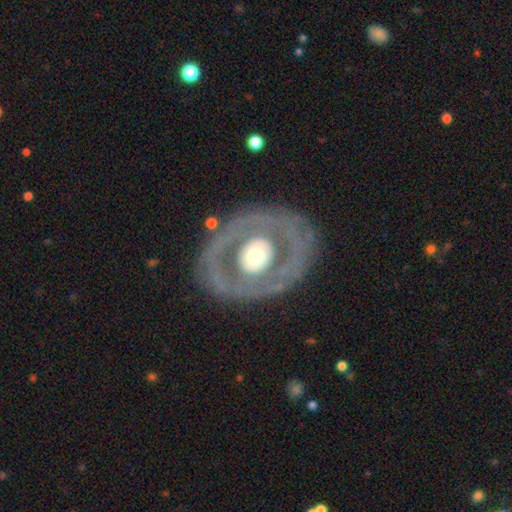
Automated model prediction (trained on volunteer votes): This is likely a featured or disk galaxy (70%). It is clearly not viewed edge-on (94%). Bar: clearly no (84%). Spiral arm pattern: likely no (75%). Central bulge: likely moderate (61%). Merging: likely none (77%).